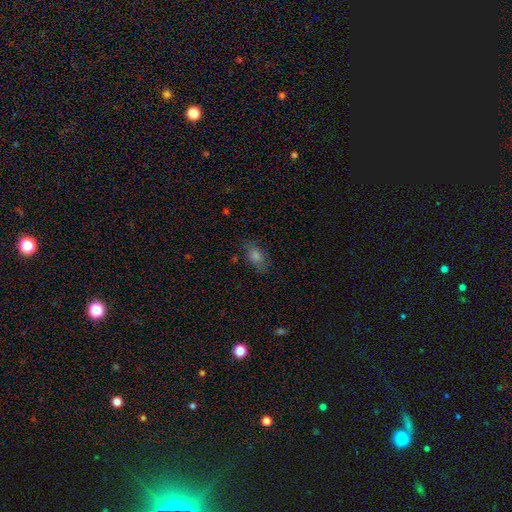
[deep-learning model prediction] Overall: smooth (61%; star or artifact 22%). How rounded: in between (78%). Merging: none (78%).